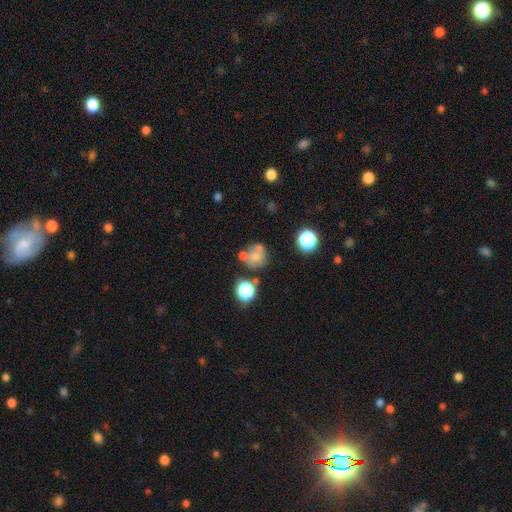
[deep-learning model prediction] A smooth galaxy with no disk features (63%) that is round (85%). Merging: none (50%).